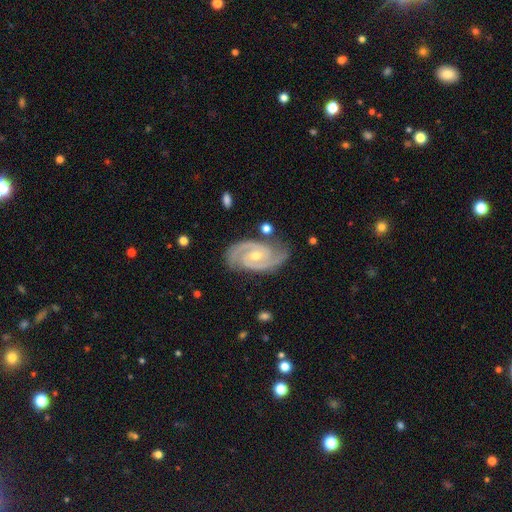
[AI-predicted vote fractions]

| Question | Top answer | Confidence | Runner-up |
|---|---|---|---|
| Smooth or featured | featured or disk | 92% | star or artifact (5%) |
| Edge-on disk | no | 97% | yes (3%) |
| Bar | no | 49% | weak (38%) |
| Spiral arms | yes | 99% | no (1%) |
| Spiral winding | tight | 51% | medium (44%) |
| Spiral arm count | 2 | 90% | 3 (5%) |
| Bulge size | small | 51% | moderate (46%) |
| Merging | none | 81% | minor disturbance (14%) |